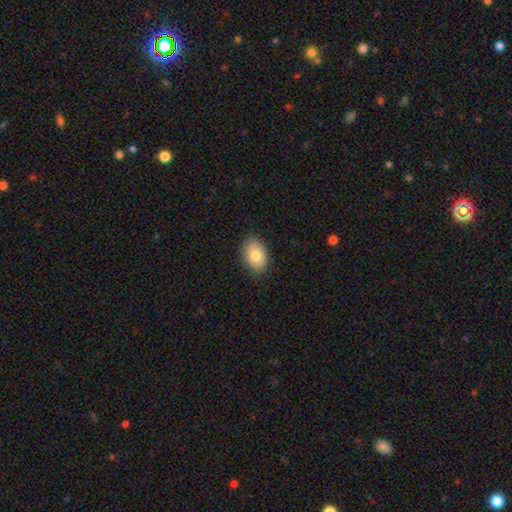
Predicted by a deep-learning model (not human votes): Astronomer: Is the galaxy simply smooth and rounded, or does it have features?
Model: smooth — 78%.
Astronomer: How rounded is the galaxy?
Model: in between — 83%.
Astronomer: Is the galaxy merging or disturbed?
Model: none — 86%.